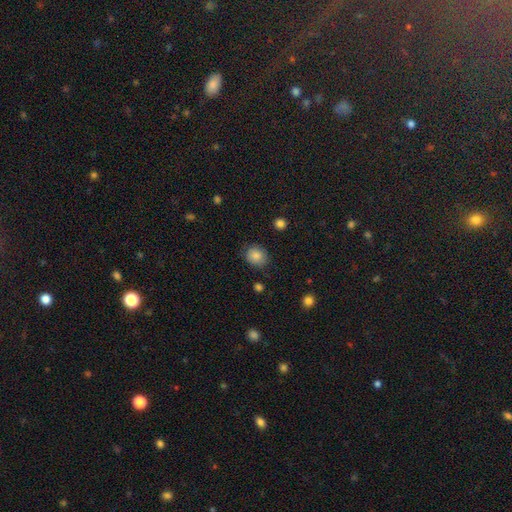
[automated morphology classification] smooth 86%, star or artifact 9%, featured or disk 5%. Down the decision tree: how rounded — round (66%); merging — none (82%).